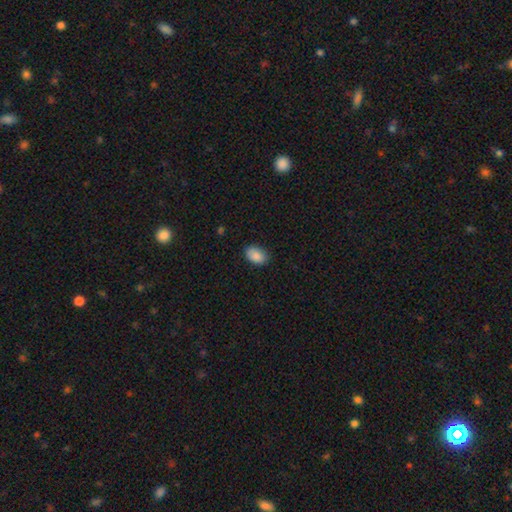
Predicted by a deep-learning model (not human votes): Smooth or featured: smooth — 88% (star or artifact — 7%)
How rounded: in between — 86% (round — 13%)
Merging: none — 84% (minor disturbance — 13%)